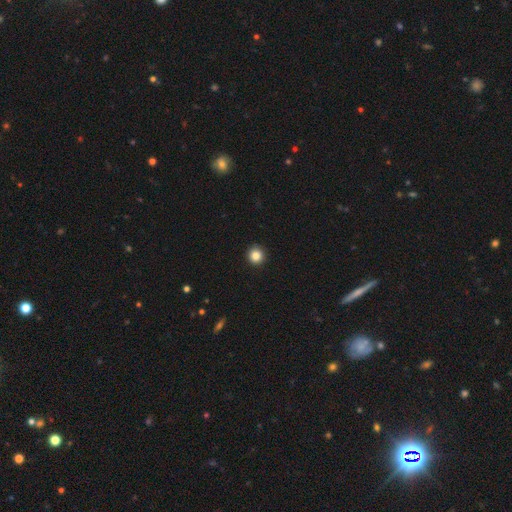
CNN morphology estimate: Q: Smooth or featured?
A: smooth (85%); runner-up: star or artifact (10%)
Q: How rounded?
A: round (95%); runner-up: in between (4%)
Q: Merging?
A: none (93%); runner-up: minor disturbance (5%)